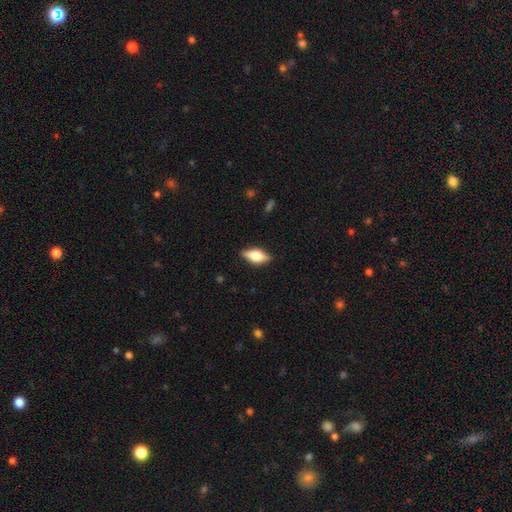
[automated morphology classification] Q: Smooth or featured?
A: smooth (58%); runner-up: featured or disk (35%)
Q: How rounded?
A: in between (80%); runner-up: cigar-shaped (16%)
Q: Merging?
A: none (86%); runner-up: minor disturbance (11%)